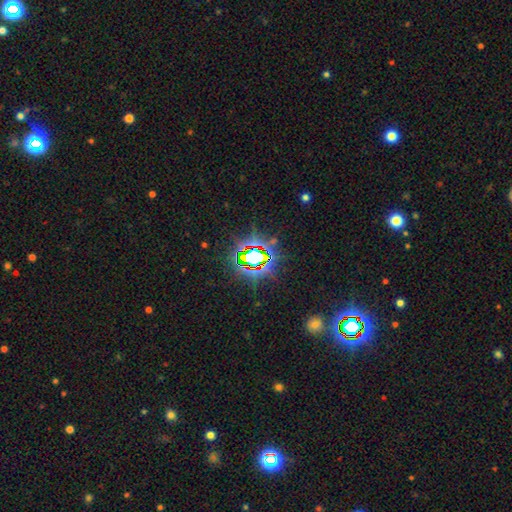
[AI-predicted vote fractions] Overall: star or artifact (78%).